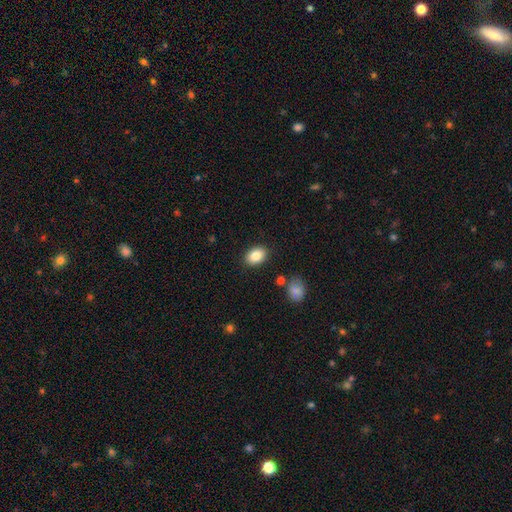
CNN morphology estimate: A smooth galaxy with no disk features (86%) that is in between round and cigar-shaped (82%).

Vote fractions:
- Smooth or featured? smooth: 86% / star or artifact: 8% / featured or disk: 7%
- How rounded? in between: 82% / round: 16% / cigar-shaped: 1%
- Merging? none: 87% / minor disturbance: 9% / major disturbance: 2% / merger: 2%